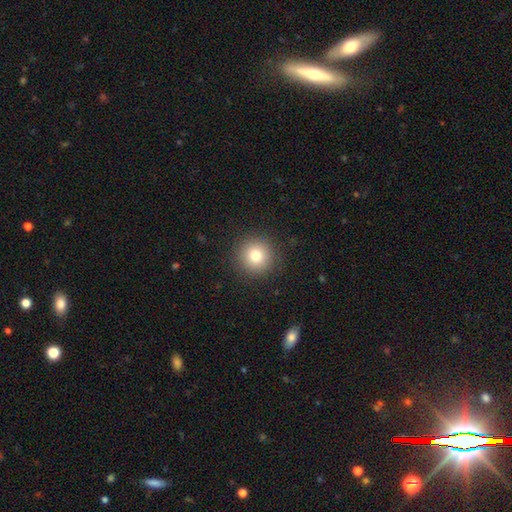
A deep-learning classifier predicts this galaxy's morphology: type=smooth (80%); roundness=round (95%); merging=none (91%).